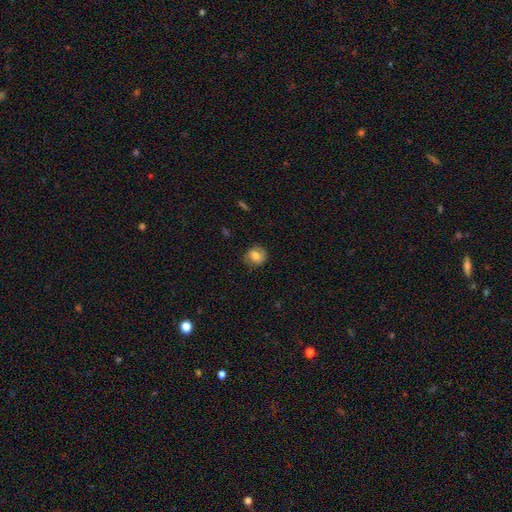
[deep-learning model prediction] Morphology: type=smooth (63%); roundness=round (69%); merging=none (78%).